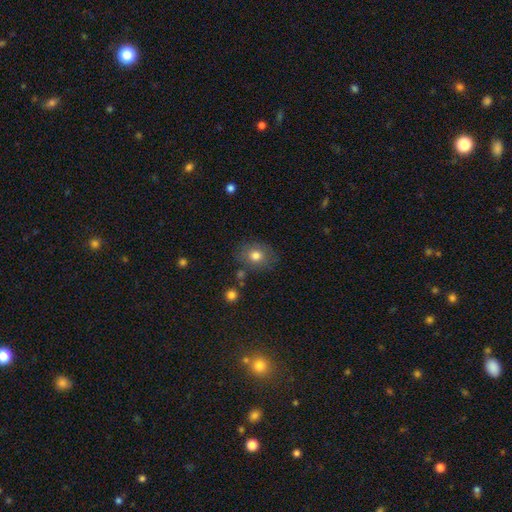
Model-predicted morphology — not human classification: The model was most divided on "how rounded": round: 60%, in between: 39%, cigar-shaped: 1%. More confident: smooth or featured — smooth (78%); merging — none (77%).